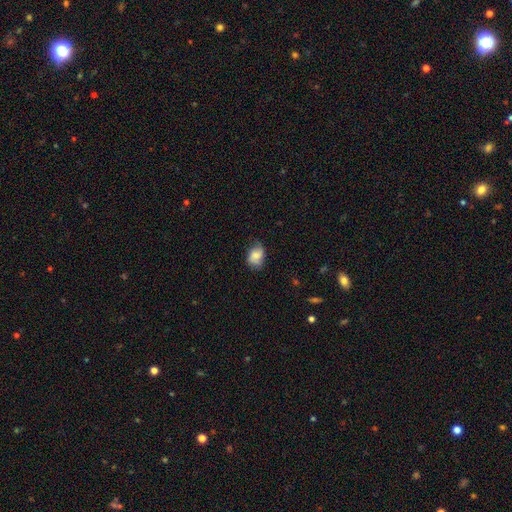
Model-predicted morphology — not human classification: This is likely a smooth galaxy (67%). How rounded: likely in between (70%). Merging: likely none (61%).